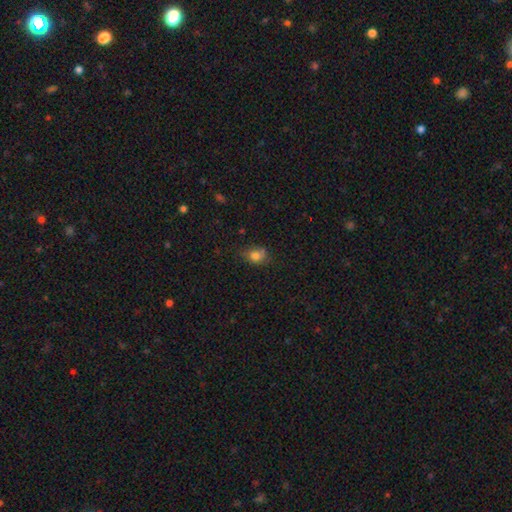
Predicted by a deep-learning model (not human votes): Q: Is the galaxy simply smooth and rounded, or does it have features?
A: smooth — 79%.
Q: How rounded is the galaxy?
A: in between — 56%.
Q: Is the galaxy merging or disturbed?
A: none — 61%.